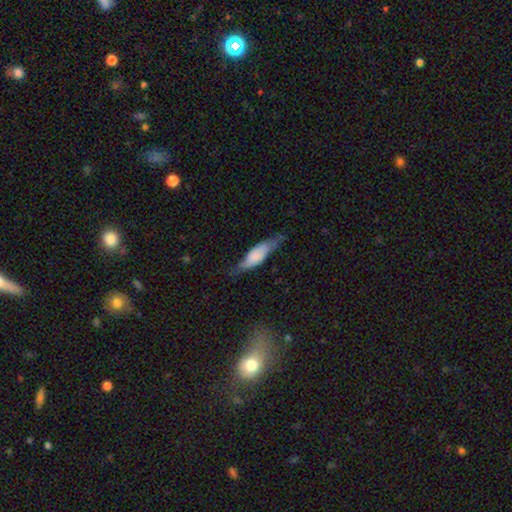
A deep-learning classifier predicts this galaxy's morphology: type=smooth (63%); roundness=in between (53%); merging=none (51%).